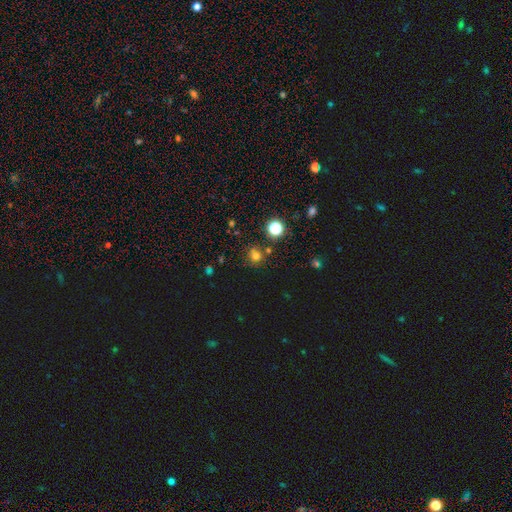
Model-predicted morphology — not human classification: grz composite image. It shows a smooth galaxy with no disk features (65%) that is round (85%). Merging: none (73%).